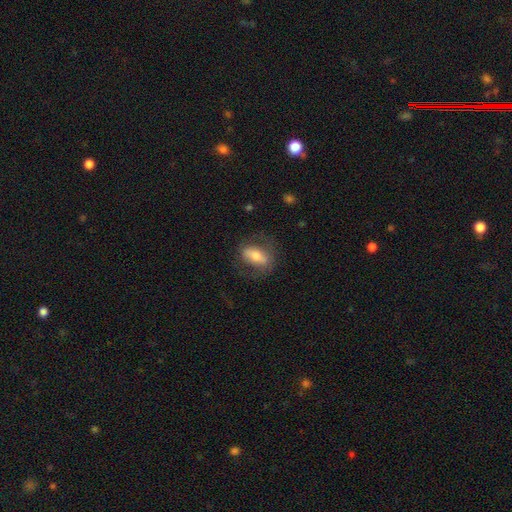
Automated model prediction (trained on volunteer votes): This is possibly a smooth galaxy (56%). How rounded: clearly in between (84%). Merging: likely none (69%).